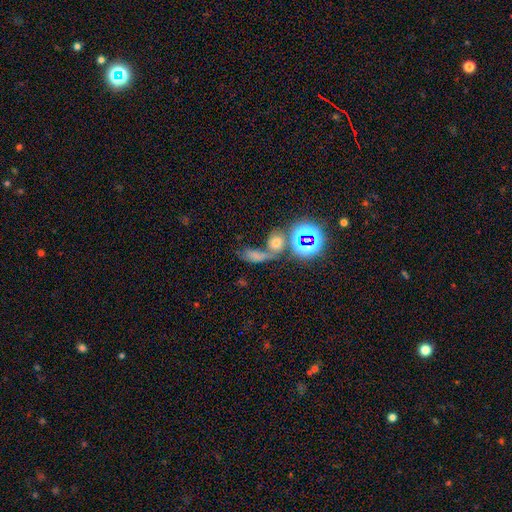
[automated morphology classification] Q: Smooth or featured?
A: smooth (57%); runner-up: star or artifact (29%)
Q: How rounded?
A: in between (68%); runner-up: round (22%)
Q: Merging?
A: merger (51%); runner-up: none (28%)